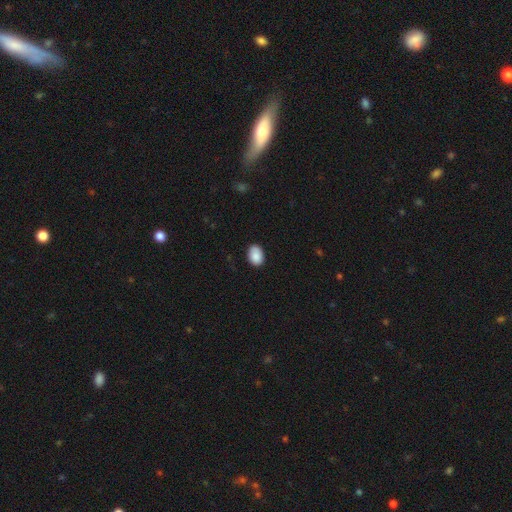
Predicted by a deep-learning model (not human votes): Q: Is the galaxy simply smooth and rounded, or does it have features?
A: smooth — 89%.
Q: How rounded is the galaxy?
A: in between — 79%.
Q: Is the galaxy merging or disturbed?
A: none — 81%.